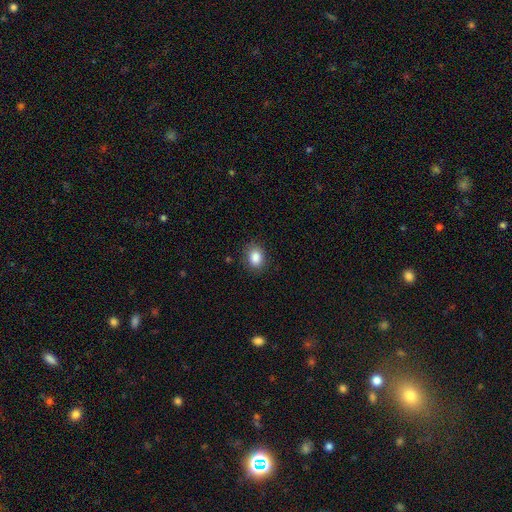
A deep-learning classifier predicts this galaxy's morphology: type=smooth (86%); roundness=in between (58%); merging=none (86%).